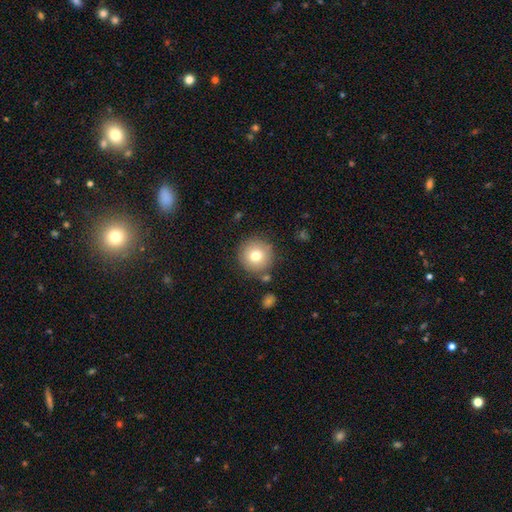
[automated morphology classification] smooth-or-featured: smooth: 75% | featured or disk: 14% | star or artifact: 11%
  how-rounded: round: 96% | in between: 4% | cigar-shaped: 1%
  merging: none: 84% | minor disturbance: 9% | merger: 5% | major disturbance: 3%